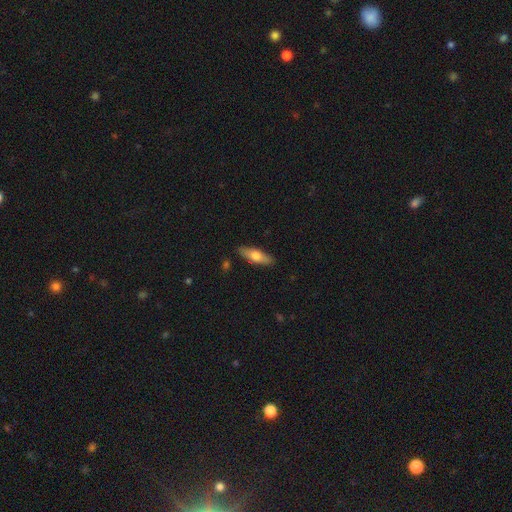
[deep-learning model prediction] smooth 62%, featured or disk 32%, star or artifact 6%. Down the decision tree: how rounded — in between (54%); merging — none (87%).